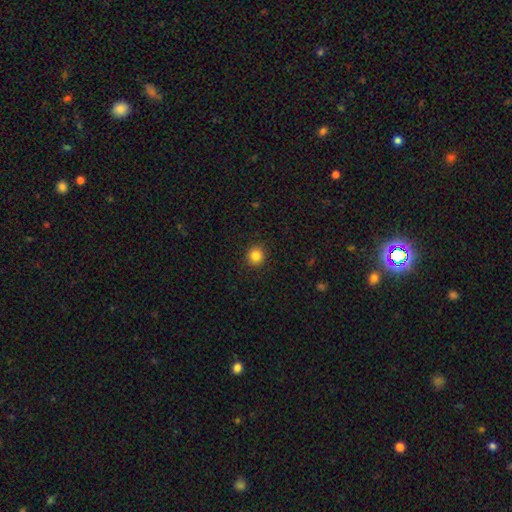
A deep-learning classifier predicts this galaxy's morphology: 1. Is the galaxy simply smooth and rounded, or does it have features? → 85% smooth, 11% star or artifact, 4% featured or disk.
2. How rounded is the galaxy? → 88% round, 11% in between, 1% cigar-shaped.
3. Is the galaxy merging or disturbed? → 91% none, 6% minor disturbance, 2% major disturbance, 1% merger.